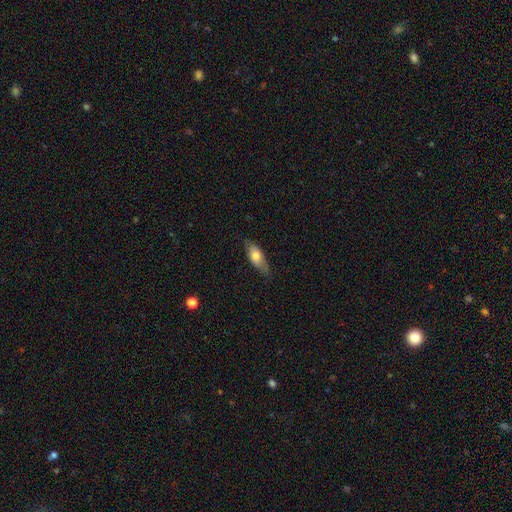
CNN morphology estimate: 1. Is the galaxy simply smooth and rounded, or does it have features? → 65% smooth, 29% featured or disk, 6% star or artifact.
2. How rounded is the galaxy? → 76% in between, 21% cigar-shaped, 3% round.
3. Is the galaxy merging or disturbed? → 71% none, 23% minor disturbance, 5% major disturbance, 1% merger.